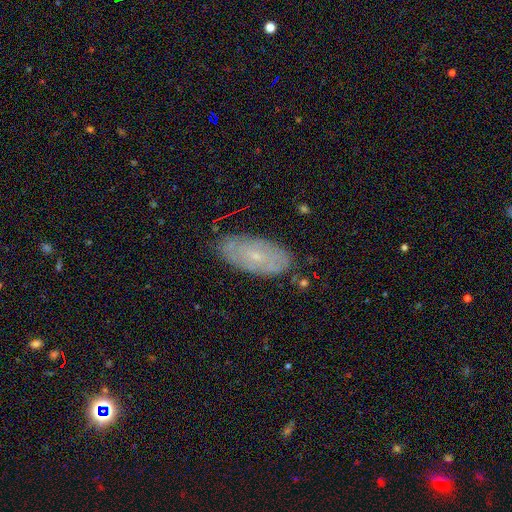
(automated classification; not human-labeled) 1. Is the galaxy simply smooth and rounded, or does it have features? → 56% featured or disk, 34% smooth, 10% star or artifact.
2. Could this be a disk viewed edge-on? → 87% no, 13% yes.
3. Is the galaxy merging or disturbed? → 78% none, 17% minor disturbance, 4% major disturbance, 2% merger.